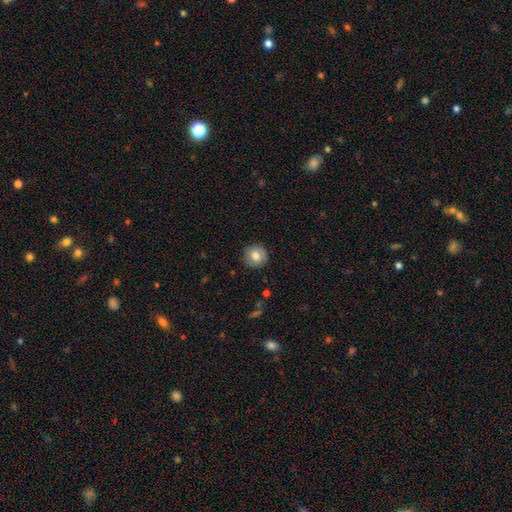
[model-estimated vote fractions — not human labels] Smooth or featured? Predicted: smooth (p=0.78). How rounded? Predicted: round (p=0.92). Merging? Predicted: none (p=0.88).